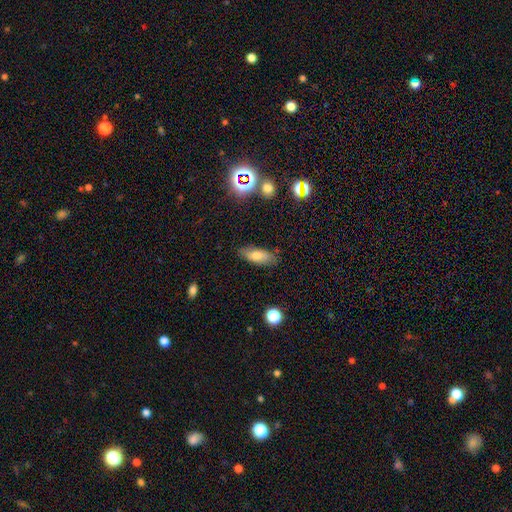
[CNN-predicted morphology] This appears to be a smooth galaxy with no disk features (68%) that is in between round and cigar-shaped (70%). Merging: none (83%).